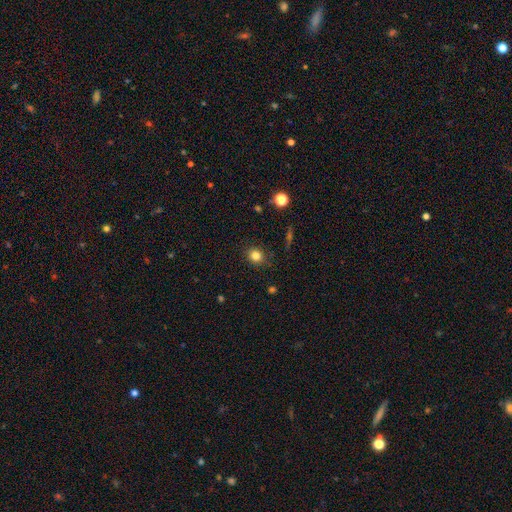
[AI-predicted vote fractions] Smooth or featured?
  - smooth: 82% *
  - star or artifact: 12%
  - featured or disk: 6%
How rounded?
  - round: 72% *
  - in between: 27%
  - cigar-shaped: 1%
Merging?
  - none: 87% *
  - minor disturbance: 9%
  - major disturbance: 2%
  - merger: 1%